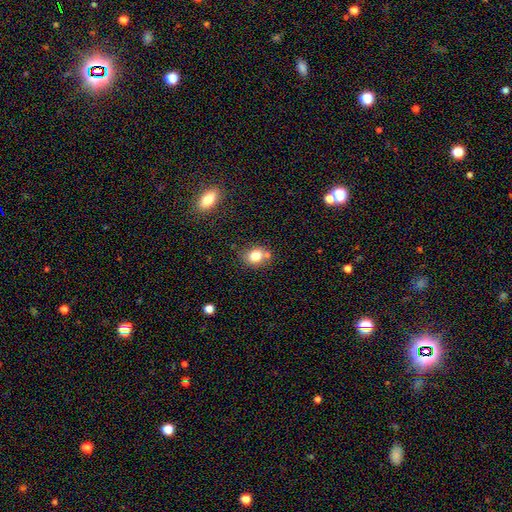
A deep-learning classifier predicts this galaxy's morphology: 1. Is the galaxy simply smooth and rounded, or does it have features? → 79% smooth, 11% star or artifact, 10% featured or disk.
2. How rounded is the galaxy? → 60% round, 39% in between, 1% cigar-shaped.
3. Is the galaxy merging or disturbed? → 59% none, 22% merger, 15% minor disturbance, 5% major disturbance.